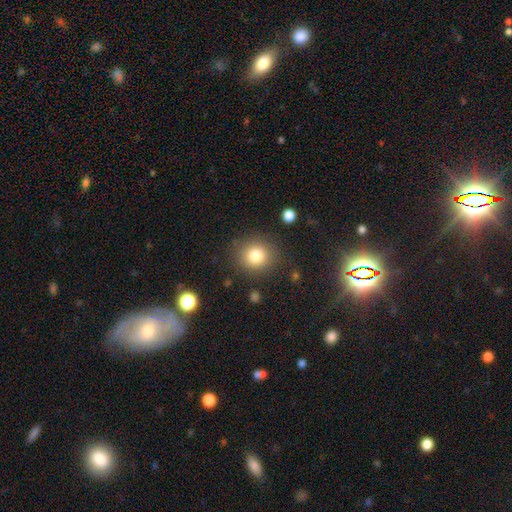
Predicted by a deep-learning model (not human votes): Smooth or featured?
  - smooth: 80% *
  - star or artifact: 11%
  - featured or disk: 8%
How rounded?
  - round: 84% *
  - in between: 15%
  - cigar-shaped: 1%
Merging?
  - none: 85% *
  - minor disturbance: 9%
  - major disturbance: 4%
  - merger: 2%